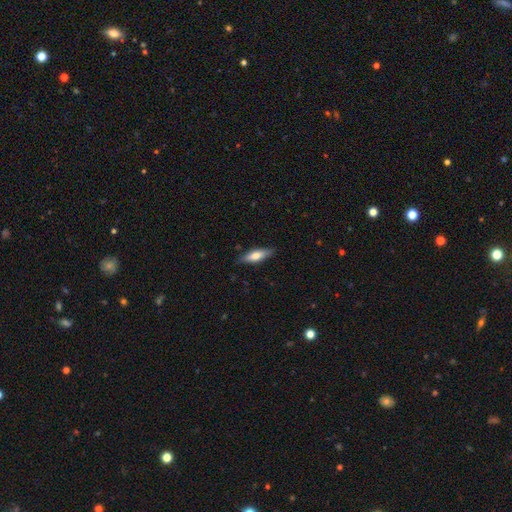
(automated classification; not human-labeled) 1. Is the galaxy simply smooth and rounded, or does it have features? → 63% smooth, 31% featured or disk, 6% star or artifact.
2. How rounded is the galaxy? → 52% cigar-shaped, 46% in between, 2% round.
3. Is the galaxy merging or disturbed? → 85% none, 11% minor disturbance, 2% major disturbance, 1% merger.